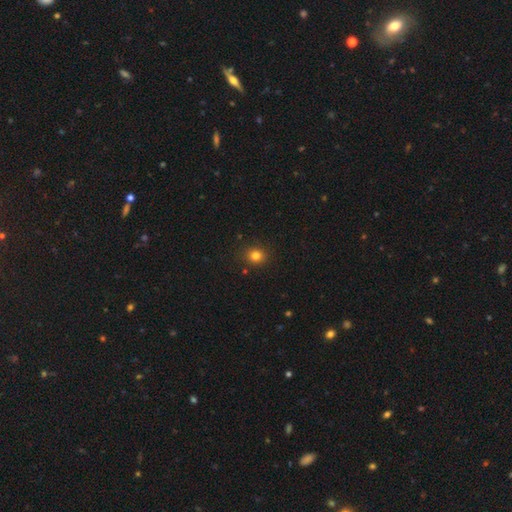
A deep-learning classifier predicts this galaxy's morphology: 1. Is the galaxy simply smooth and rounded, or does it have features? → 80% smooth, 14% star or artifact, 6% featured or disk.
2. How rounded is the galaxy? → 83% round, 16% in between, 1% cigar-shaped.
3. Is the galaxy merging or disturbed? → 89% none, 7% minor disturbance, 2% major disturbance, 2% merger.